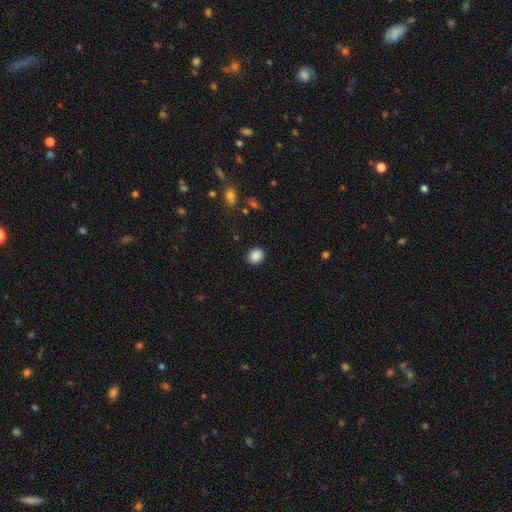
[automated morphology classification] Smooth or featured: smooth — 88% (star or artifact — 9%)
How rounded: round — 67% (in between — 32%)
Merging: none — 87% (minor disturbance — 9%)